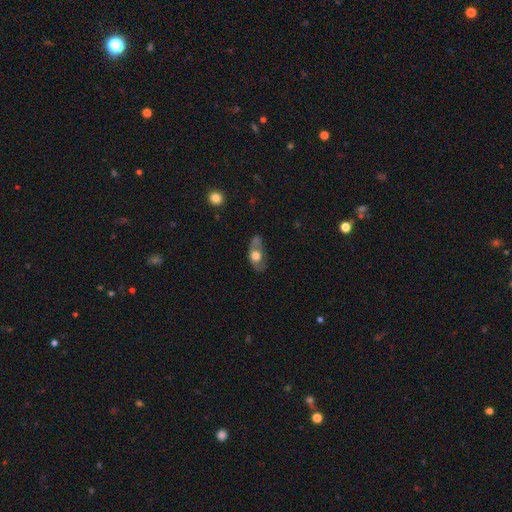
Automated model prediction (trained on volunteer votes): A smooth galaxy with no disk features (48%).

Vote fractions:
- Smooth or featured? smooth: 48% / featured or disk: 44% / star or artifact: 8%
- Merging? none: 48% / minor disturbance: 27% / major disturbance: 20% / merger: 5%